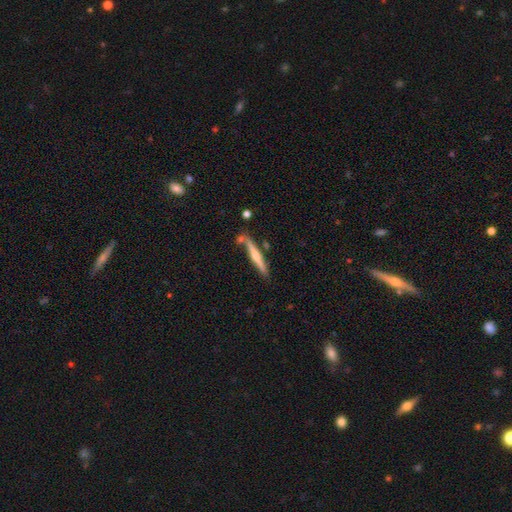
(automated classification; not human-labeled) Smooth or featured?
  - featured or disk: 58% *
  - smooth: 36%
  - star or artifact: 6%
Edge-on disk?
  - yes: 97% *
  - no: 3%
Edge-on bulge?
  - rounded: 81% *
  - none: 13%
  - boxy: 5%
Merging?
  - none: 76% *
  - minor disturbance: 13%
  - merger: 9%
  - major disturbance: 3%